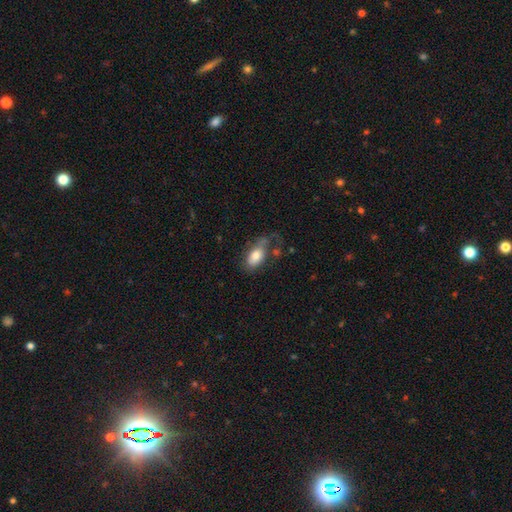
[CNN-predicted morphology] smooth 74%, featured or disk 19%, star or artifact 7%. Down the decision tree: how rounded — in between (91%); merging — none (37%).